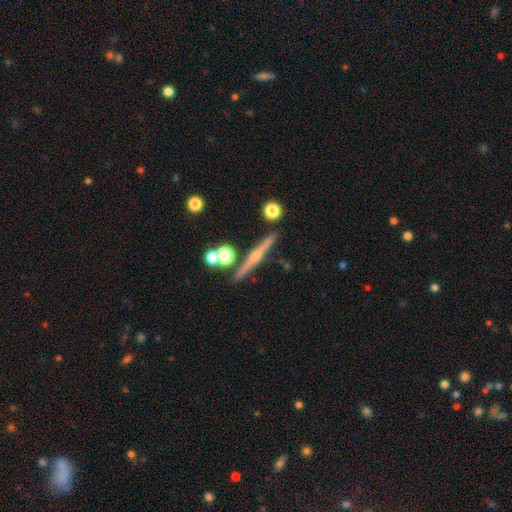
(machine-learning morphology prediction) smooth-or-featured: featured or disk: 72% | smooth: 19% | star or artifact: 8%
  disk-edge-on: yes: 98% | no: 2%
    edge-on-bulge: rounded: 87% | none: 8% | boxy: 5%
  merging: none: 86% | minor disturbance: 7% | merger: 5% | major disturbance: 2%